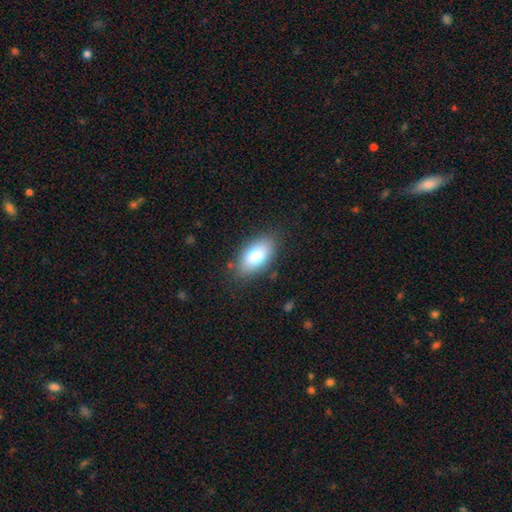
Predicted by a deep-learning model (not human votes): Smooth or featured?
  - smooth: 79% *
  - featured or disk: 13%
  - star or artifact: 7%
How rounded?
  - in between: 92% *
  - round: 4%
  - cigar-shaped: 4%
Merging?
  - none: 82% *
  - minor disturbance: 13%
  - major disturbance: 4%
  - merger: 1%